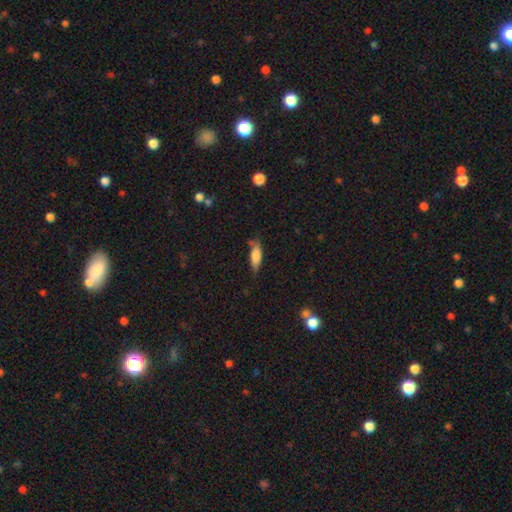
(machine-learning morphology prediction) Smooth or featured: smooth — 76% (featured or disk — 17%)
How rounded: in between — 55% (cigar-shaped — 43%)
Merging: none — 65% (minor disturbance — 26%)